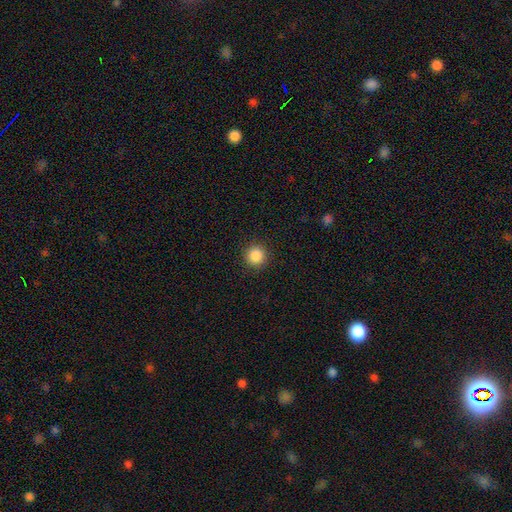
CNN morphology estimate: The model was most divided on "smooth or featured": smooth: 87%, star or artifact: 10%, featured or disk: 3%. More confident: how rounded — round (95%); merging — none (92%).